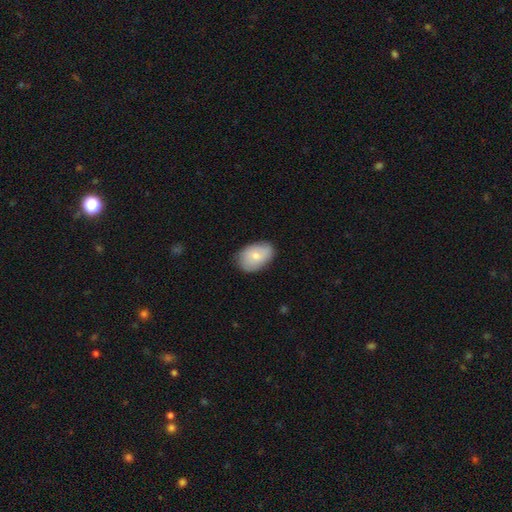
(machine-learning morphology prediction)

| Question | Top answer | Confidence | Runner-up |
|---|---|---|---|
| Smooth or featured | smooth | 72% | featured or disk (22%) |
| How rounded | in between | 85% | round (14%) |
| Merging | none | 79% | minor disturbance (17%) |